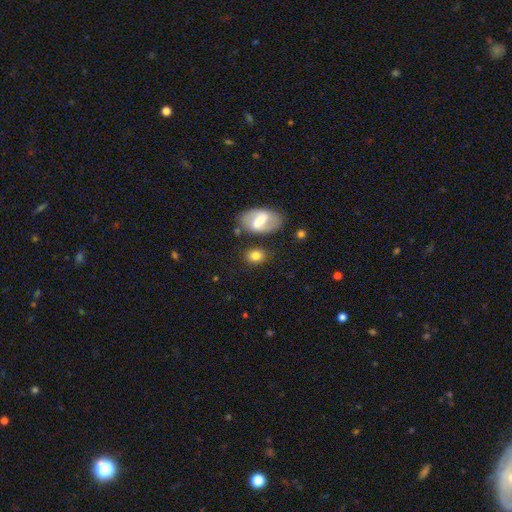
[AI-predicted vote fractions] A smooth galaxy with no disk features (71%) that is in between round and cigar-shaped (66%). Merging: none (73%).